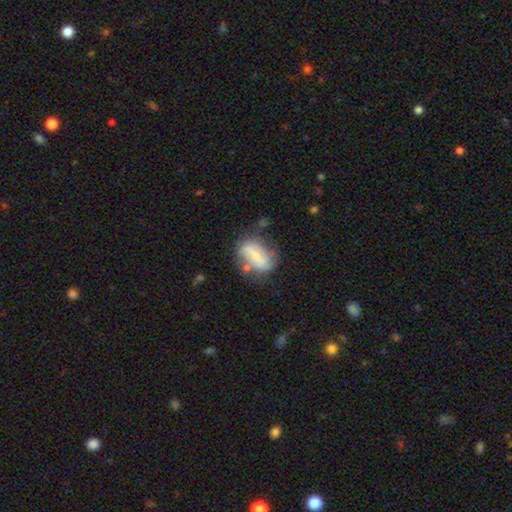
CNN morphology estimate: Smooth or featured?
  - featured or disk: 52% *
  - smooth: 40%
  - star or artifact: 7%
Edge-on disk?
  - no: 94% *
  - yes: 6%
Merging?
  - none: 53% *
  - minor disturbance: 25%
  - major disturbance: 12%
  - merger: 10%